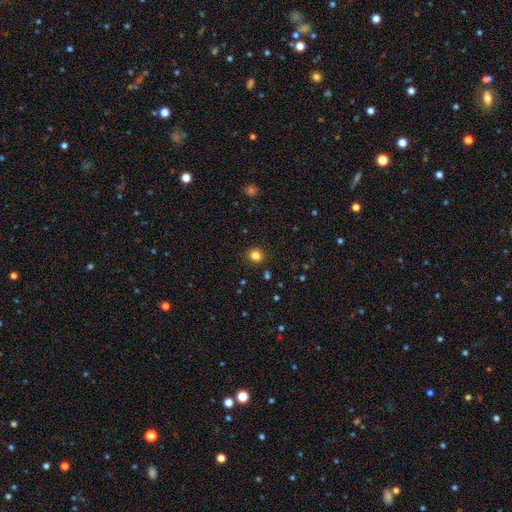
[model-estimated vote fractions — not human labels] Overall: smooth (83%). How rounded: round (90%). Merging: none (90%).